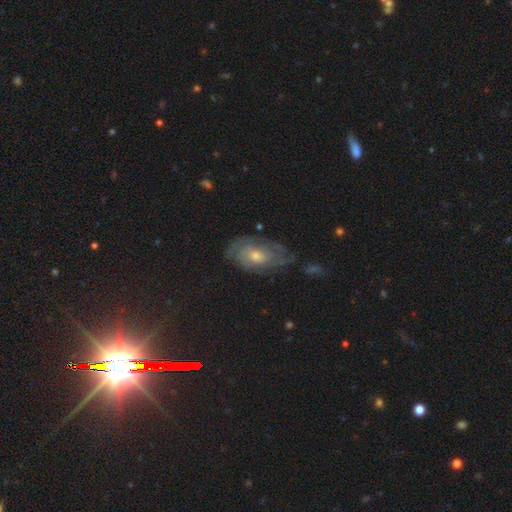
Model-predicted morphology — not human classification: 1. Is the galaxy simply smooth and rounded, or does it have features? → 66% featured or disk, 21% smooth, 13% star or artifact.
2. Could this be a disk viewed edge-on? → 93% no, 7% yes.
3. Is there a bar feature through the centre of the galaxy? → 74% no, 22% weak, 4% strong.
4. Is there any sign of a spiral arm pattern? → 85% yes, 15% no.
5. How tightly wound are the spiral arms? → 60% tight, 29% medium, 10% loose.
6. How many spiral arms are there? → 53% can't tell, 20% 2, 11% 3, 6% 4, 6% 1, 5% more than 4.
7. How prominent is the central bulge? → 61% moderate, 31% small, 4% large, 2% none, 1% dominant.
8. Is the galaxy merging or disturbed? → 65% none, 23% minor disturbance, 10% major disturbance, 2% merger.